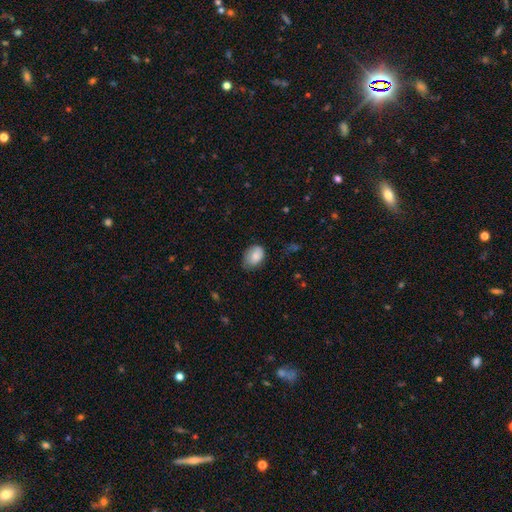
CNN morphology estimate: The model was most divided on "merging": none: 60%, minor disturbance: 32%, major disturbance: 7%, merger: 1%. More confident: smooth or featured — smooth (83%); how rounded — in between (81%).